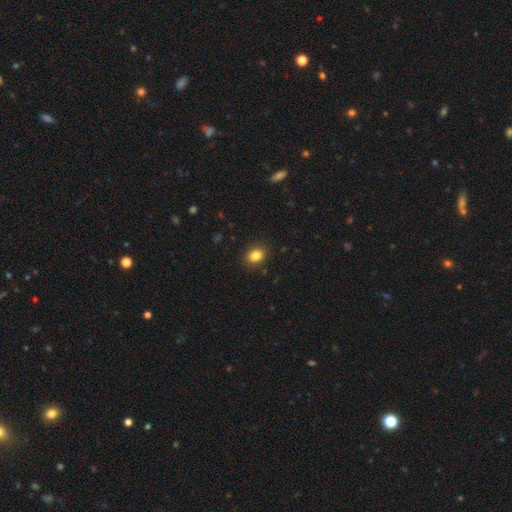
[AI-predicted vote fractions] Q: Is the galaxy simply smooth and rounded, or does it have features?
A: smooth — 84%.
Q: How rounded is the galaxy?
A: in between — 52%.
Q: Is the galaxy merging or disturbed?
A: none — 89%.